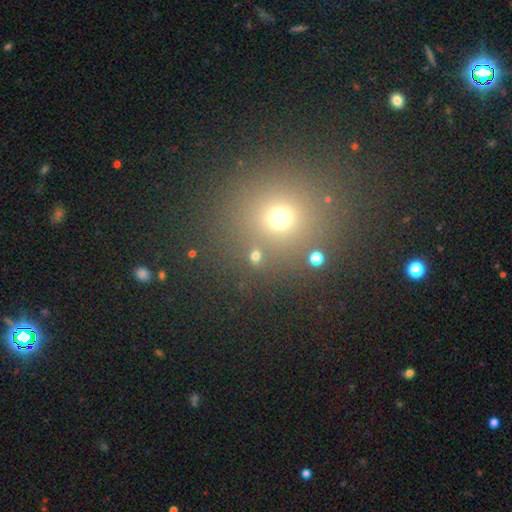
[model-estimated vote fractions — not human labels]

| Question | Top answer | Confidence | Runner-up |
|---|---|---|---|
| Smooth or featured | smooth | 65% | star or artifact (28%) |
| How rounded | round | 86% | in between (13%) |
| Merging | none | 79% | merger (9%) |